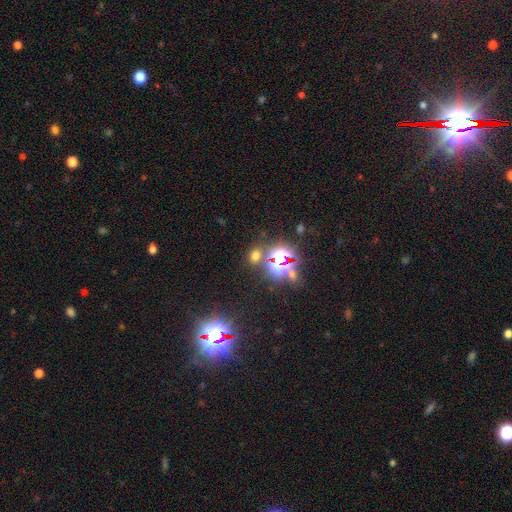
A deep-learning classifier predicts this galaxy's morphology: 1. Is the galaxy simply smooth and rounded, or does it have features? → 49% smooth, 45% star or artifact, 7% featured or disk.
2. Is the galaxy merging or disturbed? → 77% none, 9% merger, 9% minor disturbance, 4% major disturbance.